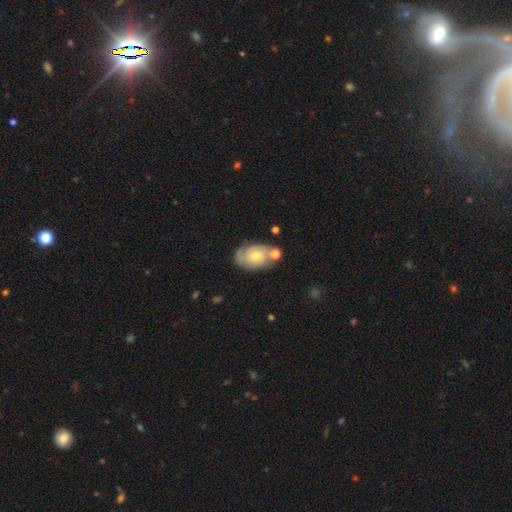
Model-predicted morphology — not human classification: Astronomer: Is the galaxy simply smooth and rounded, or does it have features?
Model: featured or disk — 56% (runner-up: smooth, 36%).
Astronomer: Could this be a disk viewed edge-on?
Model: no — 95%.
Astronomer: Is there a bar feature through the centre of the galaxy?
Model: no — 80%.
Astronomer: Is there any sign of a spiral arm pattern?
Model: yes — 77%.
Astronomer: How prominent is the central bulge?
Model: moderate — 50% (runner-up: small, 44%).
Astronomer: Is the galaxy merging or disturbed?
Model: none — 58%.